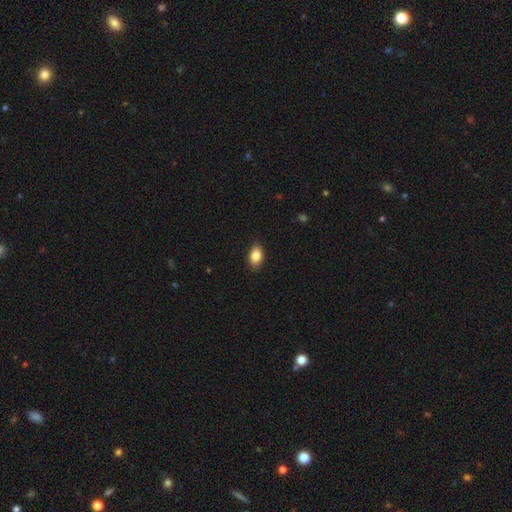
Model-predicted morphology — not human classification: Overall: smooth (85%). How rounded: in between (86%). Merging: none (88%).